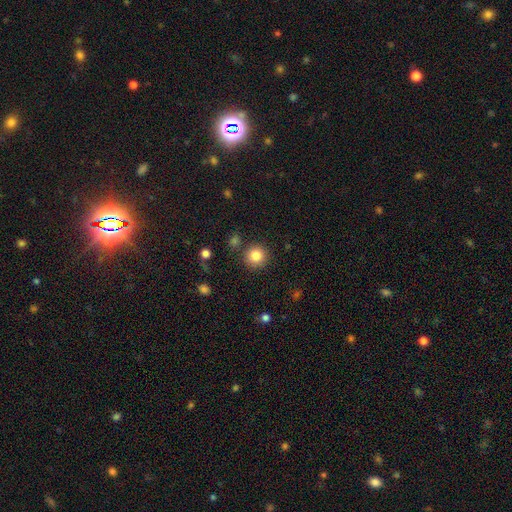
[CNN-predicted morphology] smooth-or-featured: smooth: 84% | star or artifact: 10% | featured or disk: 6%
  how-rounded: round: 93% | in between: 6% | cigar-shaped: 1%
  merging: none: 85% | minor disturbance: 7% | merger: 4% | major disturbance: 3%